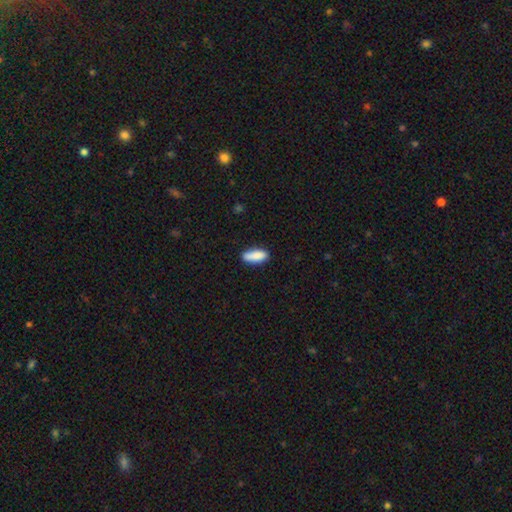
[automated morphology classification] Overall: smooth (88%). How rounded: in between (69%; cigar-shaped 29%). Merging: none (84%).